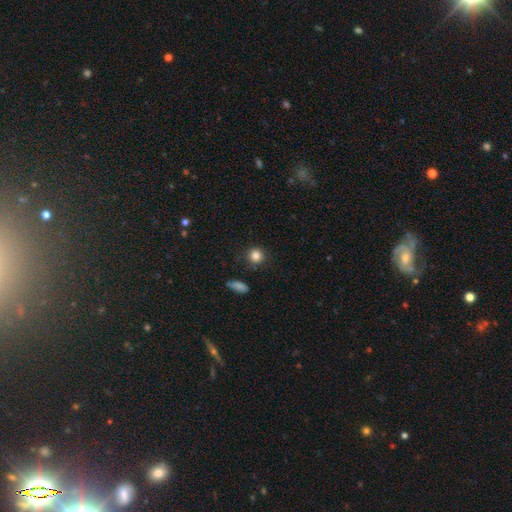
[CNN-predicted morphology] smooth-or-featured: smooth: 84% | star or artifact: 10% | featured or disk: 5%
  how-rounded: round: 91% | in between: 8% | cigar-shaped: 1%
  merging: none: 86% | minor disturbance: 9% | major disturbance: 3% | merger: 2%